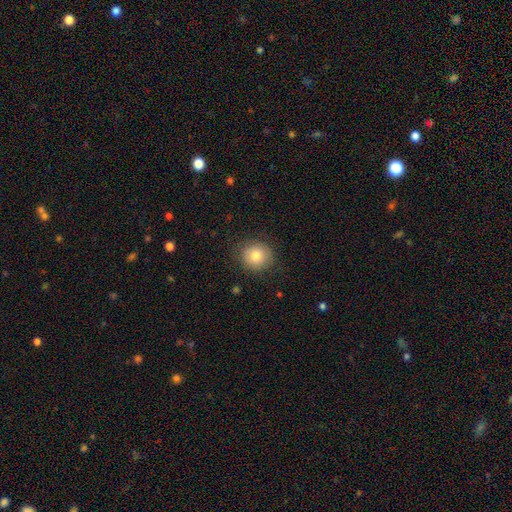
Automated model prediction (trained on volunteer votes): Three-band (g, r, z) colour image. It shows a smooth galaxy with no disk features (80%) that is round (90%). Merging: none (85%).